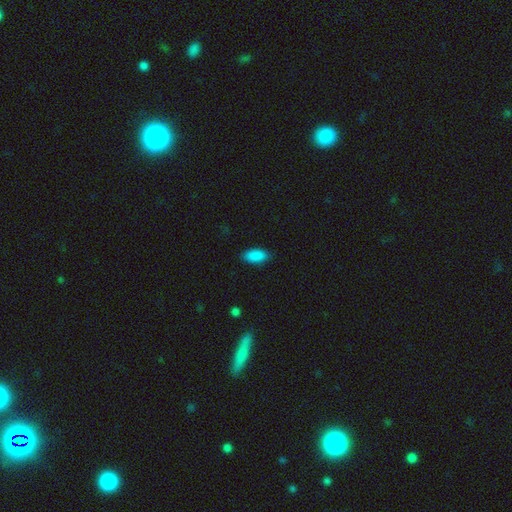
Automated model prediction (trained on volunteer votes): This is clearly a smooth galaxy (89%). How rounded: clearly in between (89%). Merging: clearly none (87%).